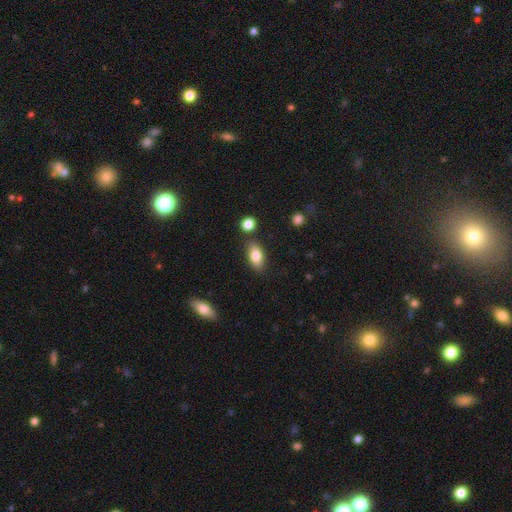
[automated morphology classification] type=smooth (82%); roundness=in between (89%); merging=none (79%).